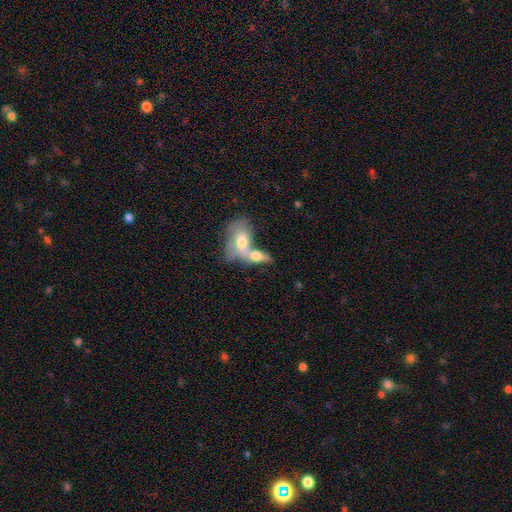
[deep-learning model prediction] smooth_or_featured: smooth (p=0.63) [alt: featured or disk p=0.30]
how_rounded: in between (p=0.82) [alt: cigar-shaped p=0.10]
merging: merger (p=0.74) [alt: none p=0.15]